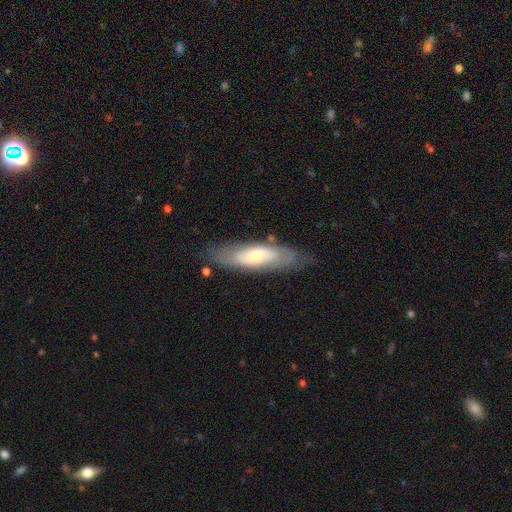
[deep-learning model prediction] A featured or disk galaxy (48%). Merging: none (73%).